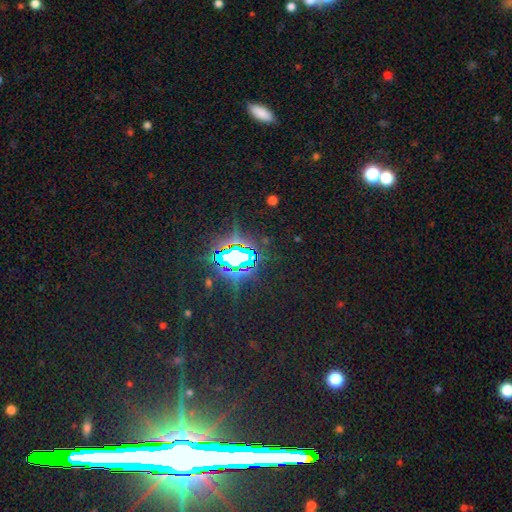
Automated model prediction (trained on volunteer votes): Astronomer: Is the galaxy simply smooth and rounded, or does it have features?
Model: star or artifact — 78%.